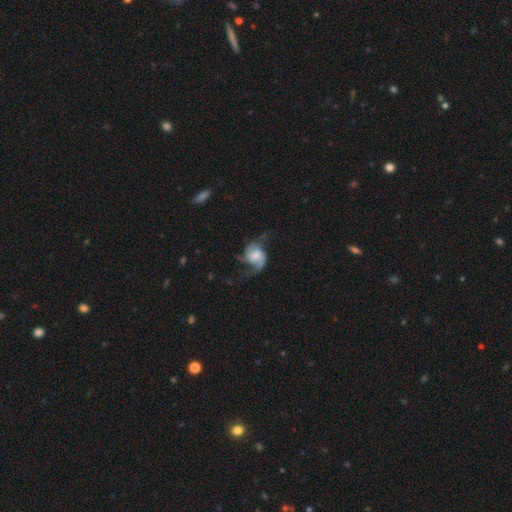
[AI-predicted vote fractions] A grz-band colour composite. It shows a featured or disk galaxy (81%) with no bar (62%), 2 (86%) loose (56%) spiral arms (95%) and a moderate central bulge (35%). Merging: none (58%).